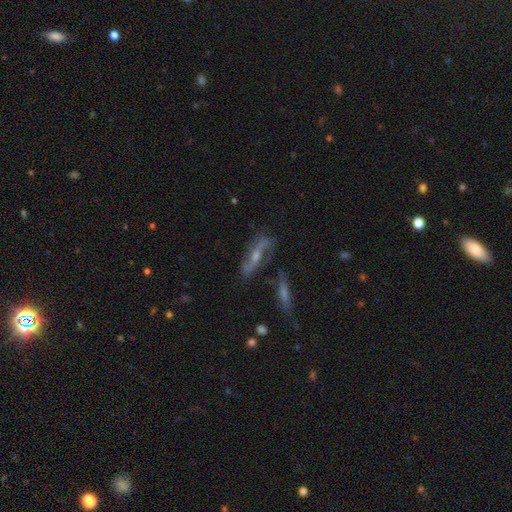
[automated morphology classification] Smooth or featured? Predicted: featured or disk (p=0.72). Edge-on disk? Predicted: no (p=0.71). Bar? Predicted: no (p=0.34). Spiral arms? Predicted: yes (p=0.85). Bulge size? Predicted: small (p=0.47). Merging? Predicted: none (p=0.66).